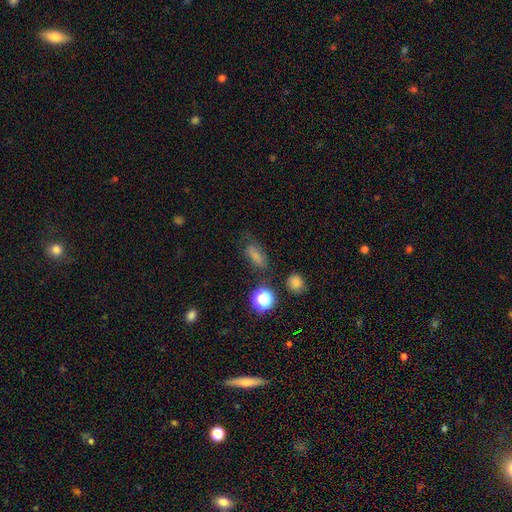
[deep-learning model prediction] Smooth or featured? Predicted: smooth (p=0.69). How rounded? Predicted: in between (p=0.74). Merging? Predicted: none (p=0.63).